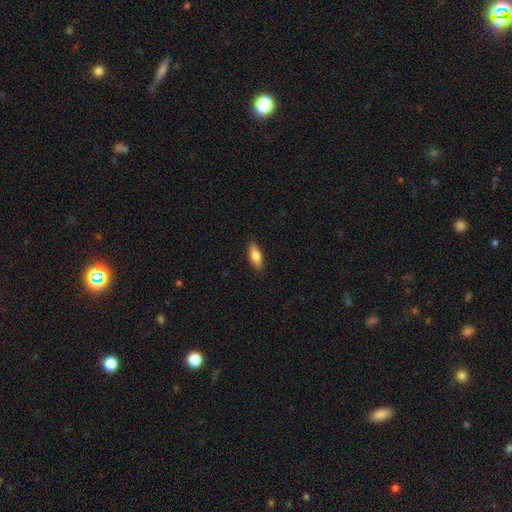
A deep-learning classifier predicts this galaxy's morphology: A smooth galaxy with no disk features (80%) that is in between round and cigar-shaped (66%).

Vote fractions:
- Smooth or featured? smooth: 80% / featured or disk: 14% / star or artifact: 6%
- How rounded? in between: 66% / cigar-shaped: 32% / round: 2%
- Merging? none: 87% / minor disturbance: 10% / major disturbance: 2% / merger: 1%